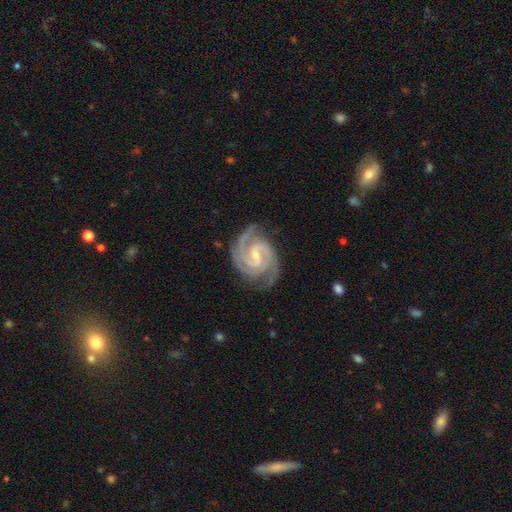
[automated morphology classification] A featured or disk galaxy (94%) with a weak bar (54%), 2 (58%) tight (61%) spiral arms (99%) and a small central bulge (66%).

Vote fractions:
- Smooth or featured? featured or disk: 94% / star or artifact: 4% / smooth: 3%
- Edge-on disk? no: 98% / yes: 2%
- Bar? weak: 54% / no: 23% / strong: 23%
- Spiral arms? yes: 99% / no: 1%
- Spiral winding? tight: 61% / medium: 36% / loose: 4%
- Spiral arm count? 2: 58% / 3: 26% / can't tell: 5% / 4: 5% / more than 4: 3% / 1: 3%
- Bulge size? small: 66% / moderate: 28% / none: 4% / large: 1% / dominant: 1%
- Merging? none: 78% / minor disturbance: 16% / major disturbance: 5% / merger: 1%